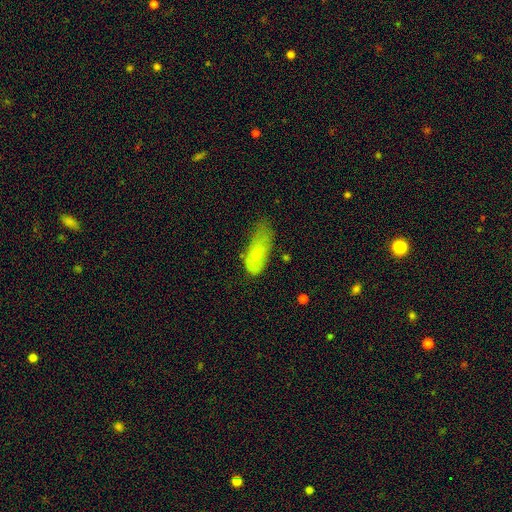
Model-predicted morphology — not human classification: Smooth or featured?
  - smooth: 71% *
  - featured or disk: 22%
  - star or artifact: 7%
How rounded?
  - in between: 83% *
  - cigar-shaped: 15%
  - round: 3%
Merging?
  - minor disturbance: 40% *
  - major disturbance: 33%
  - none: 24%
  - merger: 3%